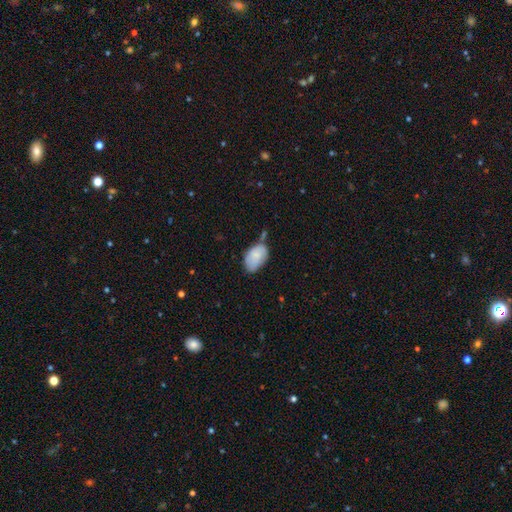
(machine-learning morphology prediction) Q: Smooth or featured?
A: smooth (79%); runner-up: featured or disk (14%)
Q: How rounded?
A: in between (92%); runner-up: round (7%)
Q: Merging?
A: none (42%); runner-up: minor disturbance (38%)